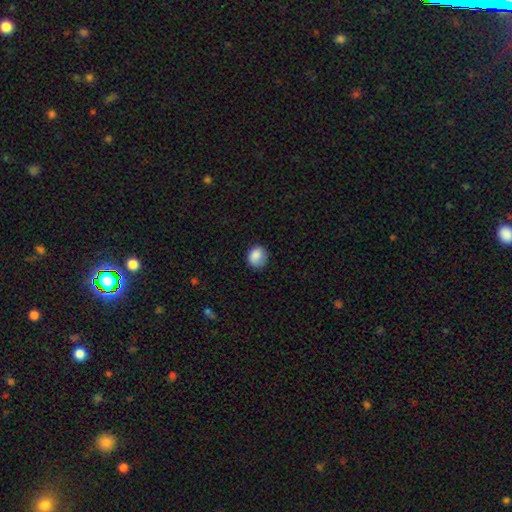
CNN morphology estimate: Smooth or featured: smooth — 86% (star or artifact — 8%)
How rounded: round — 67% (in between — 33%)
Merging: none — 70% (minor disturbance — 22%)